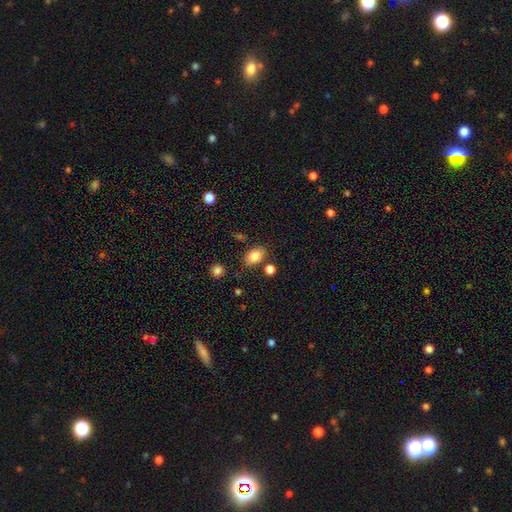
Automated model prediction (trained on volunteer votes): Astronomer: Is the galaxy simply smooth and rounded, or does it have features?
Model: smooth — 84%.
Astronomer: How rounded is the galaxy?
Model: in between — 83%.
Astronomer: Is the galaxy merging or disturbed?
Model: none — 77%.